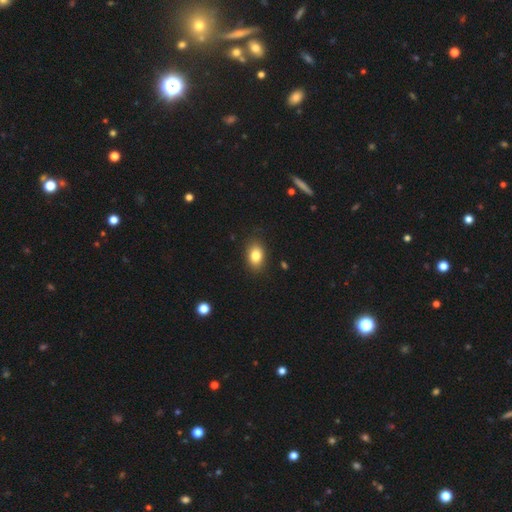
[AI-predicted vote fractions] Overall: smooth (82%). How rounded: in between (78%). Merging: none (86%).